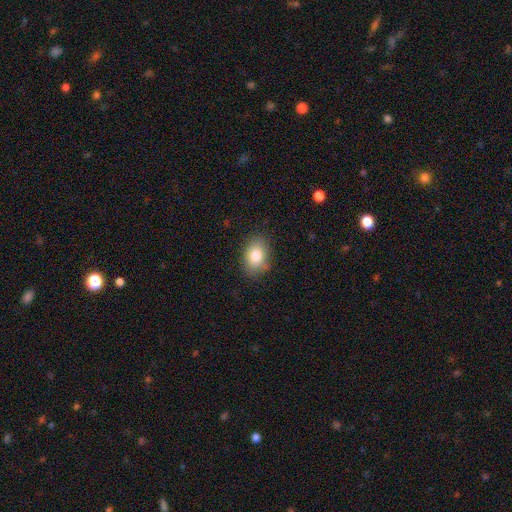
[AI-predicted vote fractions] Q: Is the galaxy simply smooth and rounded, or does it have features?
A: smooth — 81%.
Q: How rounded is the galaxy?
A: in between — 74%.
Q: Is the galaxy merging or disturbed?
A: none — 84%.